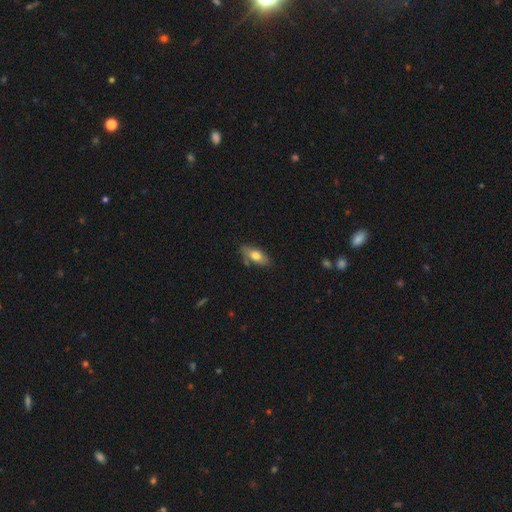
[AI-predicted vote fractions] Smooth or featured?
  - smooth: 69% *
  - featured or disk: 24%
  - star or artifact: 7%
How rounded?
  - in between: 83% *
  - cigar-shaped: 13%
  - round: 4%
Merging?
  - none: 71% *
  - minor disturbance: 20%
  - merger: 5%
  - major disturbance: 4%